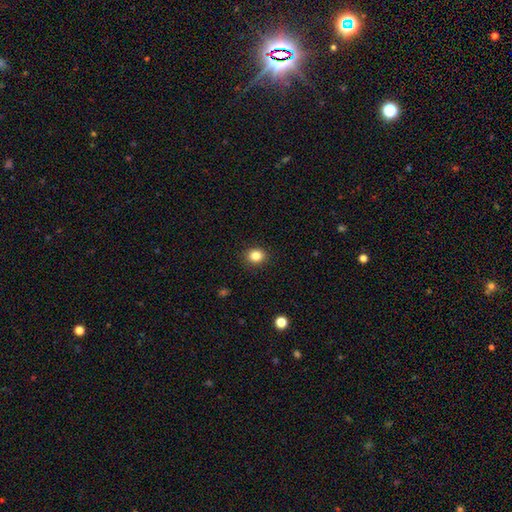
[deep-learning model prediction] smooth 84%, star or artifact 11%, featured or disk 5%. Down the decision tree: how rounded — round (69%); merging — none (90%).